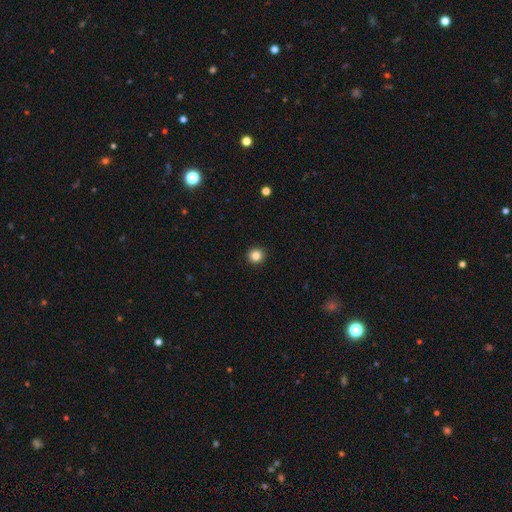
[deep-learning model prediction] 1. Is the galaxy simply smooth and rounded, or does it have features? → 85% smooth, 11% star or artifact, 4% featured or disk.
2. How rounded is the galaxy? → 94% round, 5% in between, 1% cigar-shaped.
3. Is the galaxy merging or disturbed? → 93% none, 4% minor disturbance, 2% major disturbance, 1% merger.